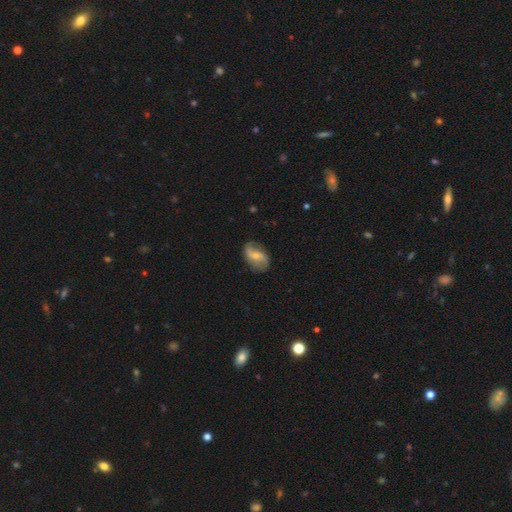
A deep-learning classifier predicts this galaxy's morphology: A featured or disk galaxy (68%) with a weak bar (43%), 2 (88%) loose (67%) spiral arms (89%) and a small central bulge (53%). Merging: none (72%).